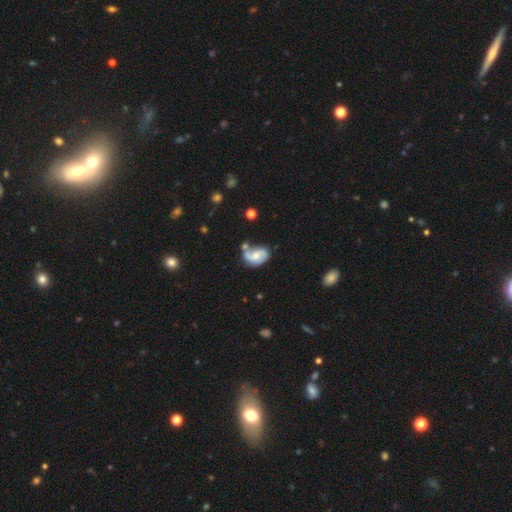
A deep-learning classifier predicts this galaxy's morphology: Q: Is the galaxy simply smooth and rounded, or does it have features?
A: featured or disk — 71%.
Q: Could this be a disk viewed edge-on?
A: no — 98%.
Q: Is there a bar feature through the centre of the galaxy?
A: no — 56%.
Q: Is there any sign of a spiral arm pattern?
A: yes — 91%.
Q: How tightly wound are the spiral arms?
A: medium — 44%.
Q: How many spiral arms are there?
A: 2 — 80%.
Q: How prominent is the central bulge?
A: moderate — 45%.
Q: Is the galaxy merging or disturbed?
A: none — 42%.